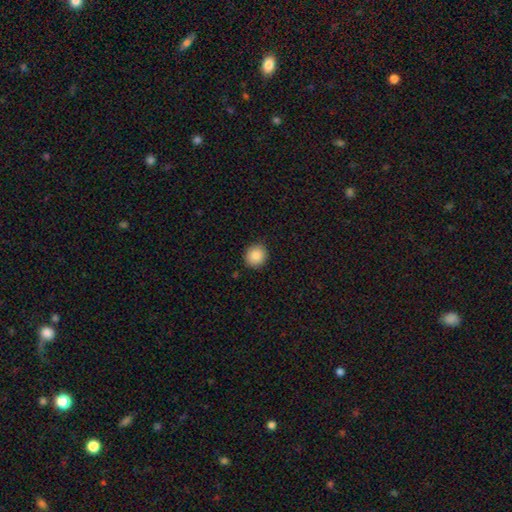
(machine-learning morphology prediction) This is clearly a smooth galaxy (87%). How rounded: clearly round (86%). Merging: clearly none (91%).